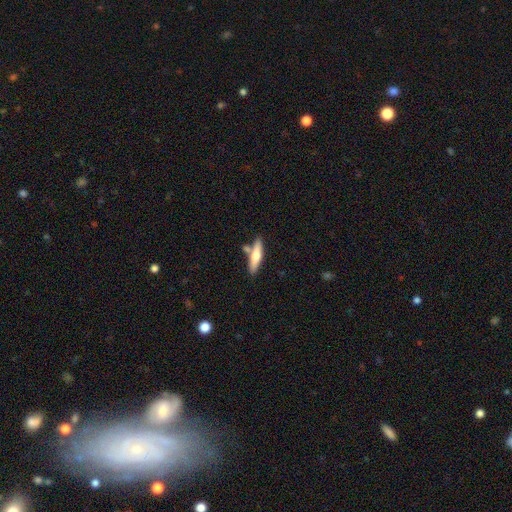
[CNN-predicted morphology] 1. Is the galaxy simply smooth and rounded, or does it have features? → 57% smooth, 37% featured or disk, 5% star or artifact.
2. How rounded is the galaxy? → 78% cigar-shaped, 20% in between, 2% round.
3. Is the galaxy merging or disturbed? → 71% none, 14% merger, 12% minor disturbance, 3% major disturbance.